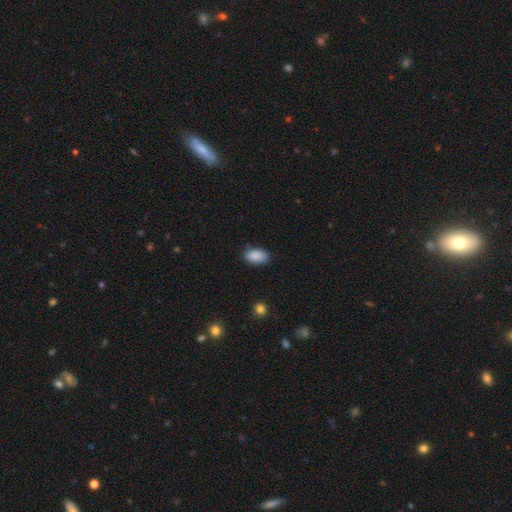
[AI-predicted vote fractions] Overall: smooth (89%). How rounded: in between (92%). Merging: none (82%).